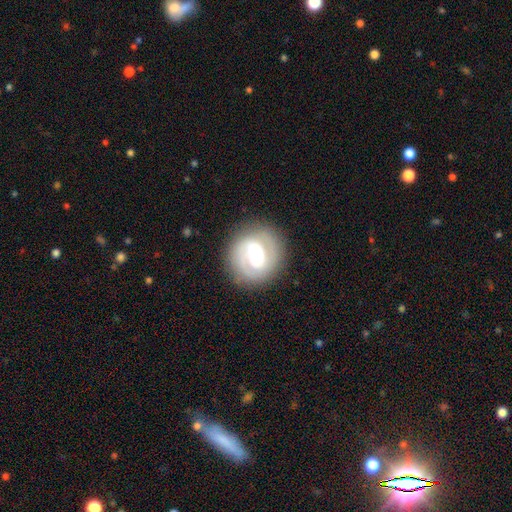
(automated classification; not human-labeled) Smooth or featured? Predicted: featured or disk (p=0.80). Edge-on disk? Predicted: no (p=0.98). Bar? Predicted: weak (p=0.50). Spiral arms? Predicted: yes (p=0.93). Spiral winding? Predicted: tight (p=0.45). Spiral arm count? Predicted: 2 (p=0.78). Bulge size? Predicted: moderate (p=0.60). Merging? Predicted: none (p=0.85).